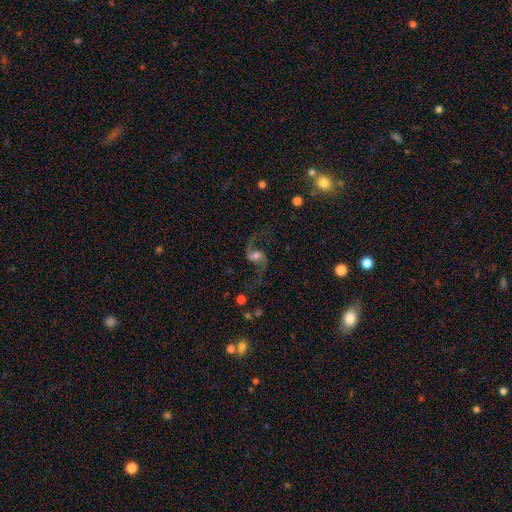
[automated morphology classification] smooth_or_featured: featured or disk (p=0.87) [alt: star or artifact p=0.07]
disk_edge_on: no (p=0.97) [alt: yes p=0.03]
bar: no (p=0.46) [alt: weak p=0.37]
has_spiral_arms: yes (p=0.97) [alt: no p=0.03]
spiral_winding: loose (p=0.83) [alt: medium p=0.14]
spiral_arm_count: 2 (p=0.94) [alt: 1 p=0.02]
bulge_size: moderate (p=0.59) [alt: small p=0.24]
merging: none (p=0.75) [alt: minor disturbance p=0.12]